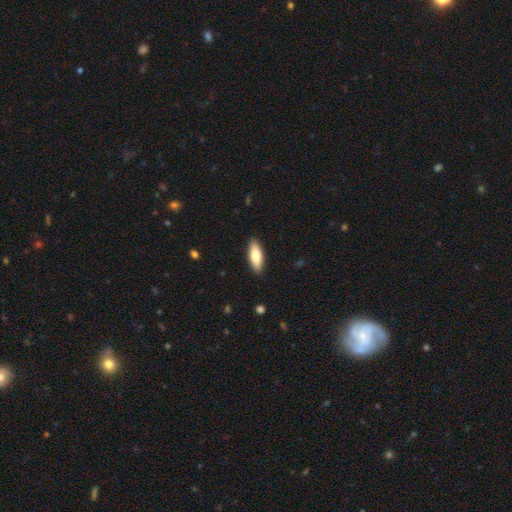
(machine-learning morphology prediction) Q: Smooth or featured?
A: smooth (78%); runner-up: featured or disk (16%)
Q: How rounded?
A: in between (70%); runner-up: cigar-shaped (28%)
Q: Merging?
A: none (90%); runner-up: minor disturbance (8%)